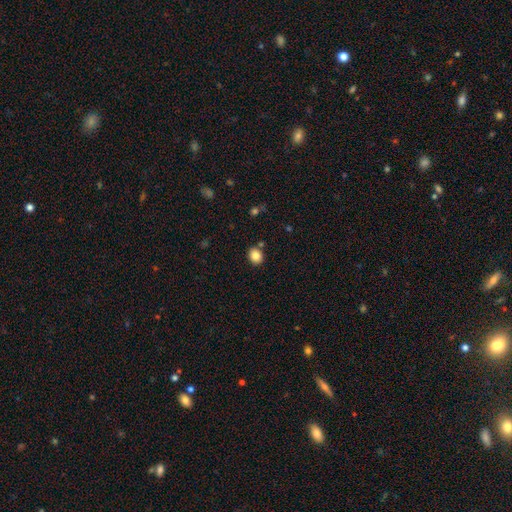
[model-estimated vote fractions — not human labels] Overall: smooth (84%). How rounded: round (63%; in between 37%). Merging: none (83%).